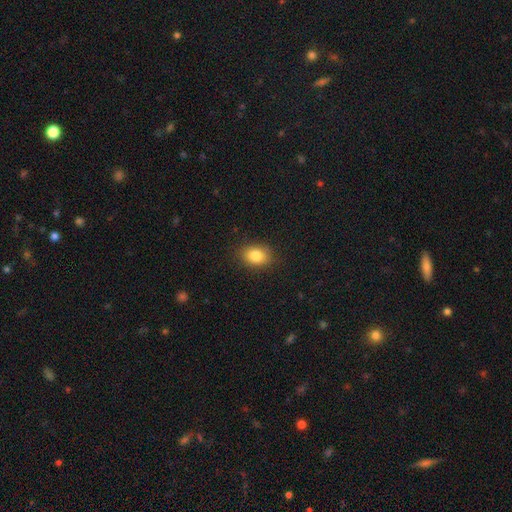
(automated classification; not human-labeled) Smooth or featured? Predicted: smooth (p=0.84). How rounded? Predicted: in between (p=0.73). Merging? Predicted: none (p=0.86).